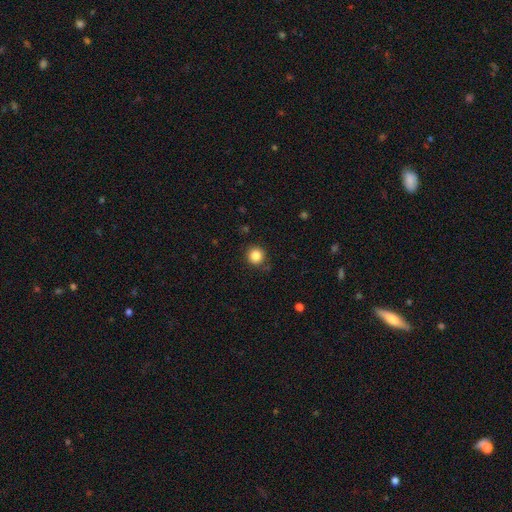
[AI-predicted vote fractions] Smooth or featured? Predicted: smooth (p=0.85). How rounded? Predicted: round (p=0.93). Merging? Predicted: none (p=0.87).